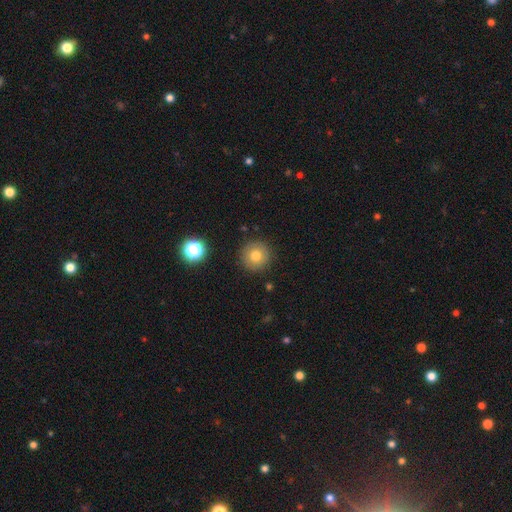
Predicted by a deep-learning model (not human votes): Q: Smooth or featured?
A: smooth (77%); runner-up: star or artifact (12%)
Q: How rounded?
A: round (95%); runner-up: in between (4%)
Q: Merging?
A: none (90%); runner-up: minor disturbance (6%)